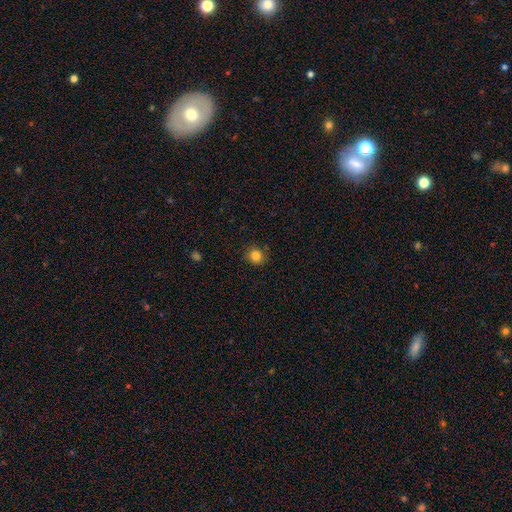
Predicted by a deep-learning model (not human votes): Smooth or featured? Predicted: smooth (p=0.84). How rounded? Predicted: round (p=0.87). Merging? Predicted: none (p=0.86).